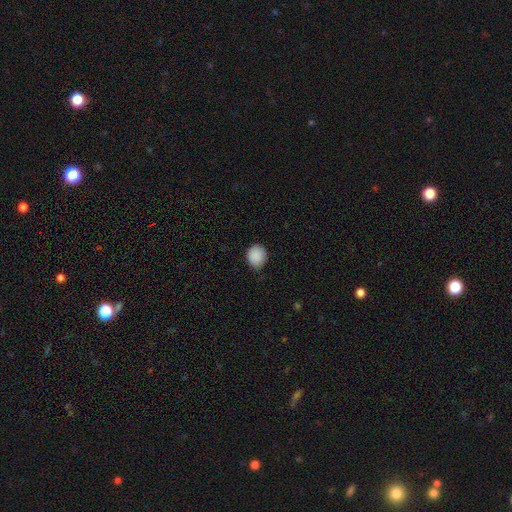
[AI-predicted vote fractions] This appears to be a smooth galaxy with no disk features (89%) that is round (73%). Merging: none (76%).